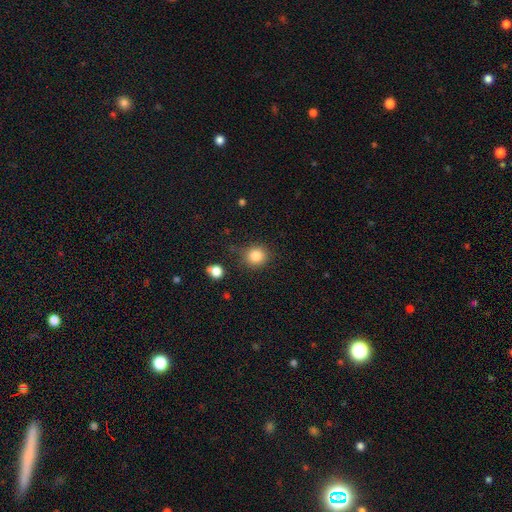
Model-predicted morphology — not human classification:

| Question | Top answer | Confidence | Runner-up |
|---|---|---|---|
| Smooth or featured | smooth | 84% | star or artifact (11%) |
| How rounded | round | 87% | in between (12%) |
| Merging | none | 79% | minor disturbance (13%) |